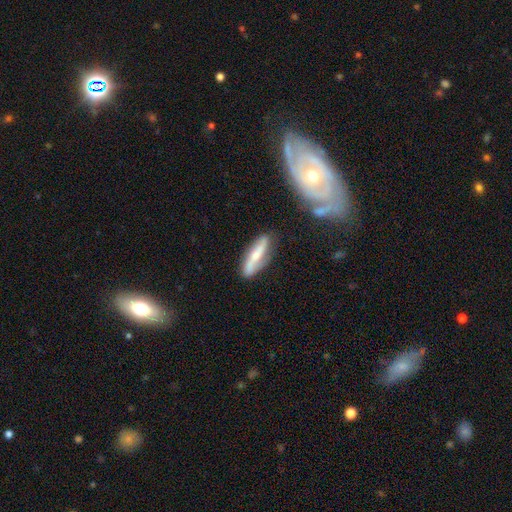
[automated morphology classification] Smooth or featured: featured or disk — 59% (smooth — 34%)
Edge-on disk: no — 64% (yes — 36%)
Merging: none — 76% (minor disturbance — 17%)